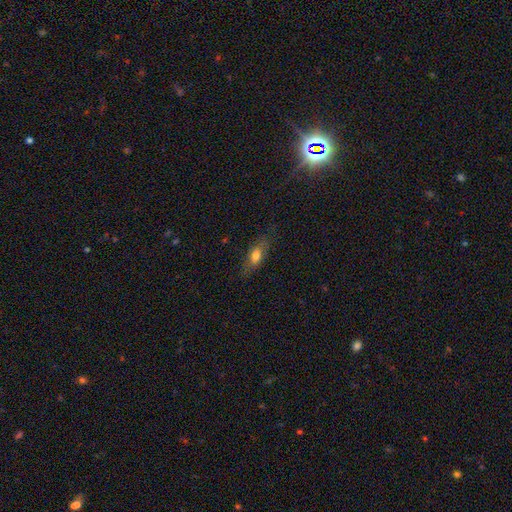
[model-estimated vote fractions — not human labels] Morphology: type=smooth (65%); roundness=in between (68%); merging=none (74%).